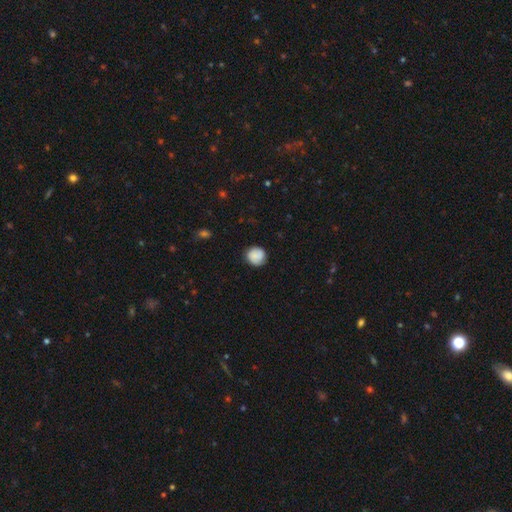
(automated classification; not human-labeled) A smooth galaxy with no disk features (82%) that is round (90%). Merging: none (82%).